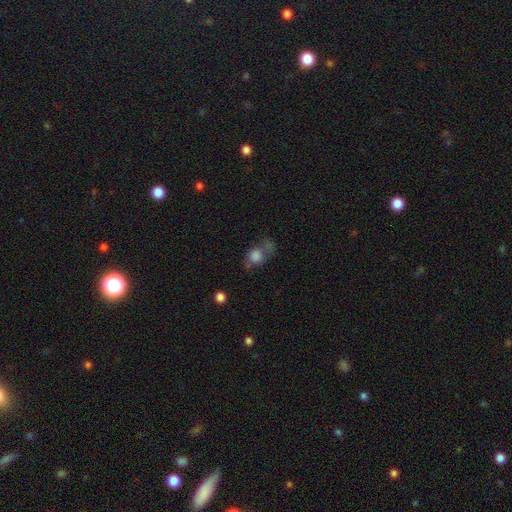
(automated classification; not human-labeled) Smooth or featured? Predicted: smooth (p=0.69). How rounded? Predicted: round (p=0.60). Merging? Predicted: none (p=0.38).